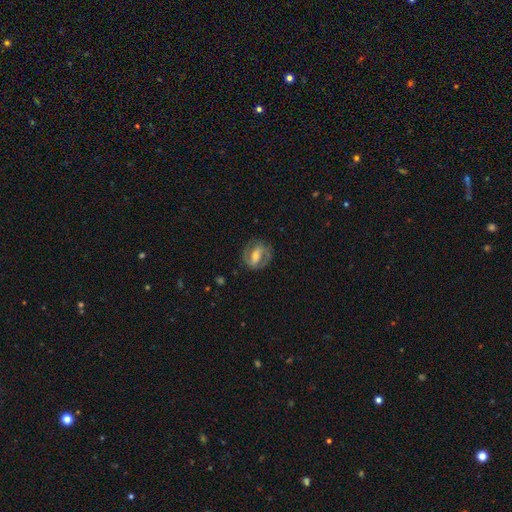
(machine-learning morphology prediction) type=featured or disk (69%); edge-on=no (93%); bar=strong (50%); spiral arms=yes (73%); bulge=moderate (53%); merging=none (77%).